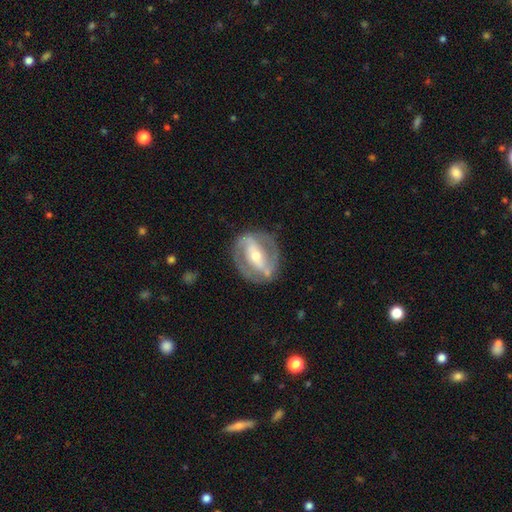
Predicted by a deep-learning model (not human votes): Morphology: type=featured or disk (83%); edge-on=no (94%); bar=strong (59%); spiral arms=yes (81%); winding=medium (43%); arm count=2 (83%); bulge=moderate (54%); merging=none (79%).